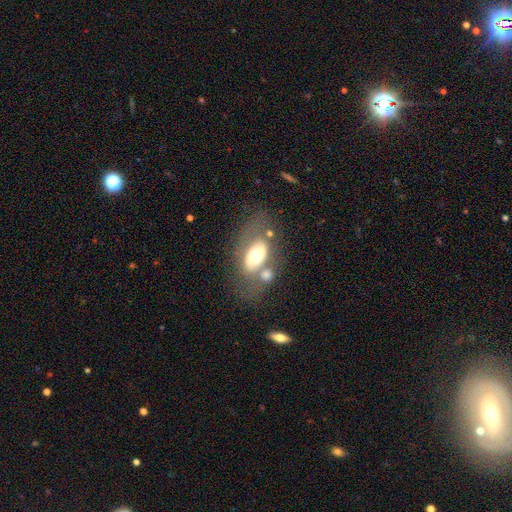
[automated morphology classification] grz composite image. It shows a featured or disk galaxy (50%). Merging: none (48%).